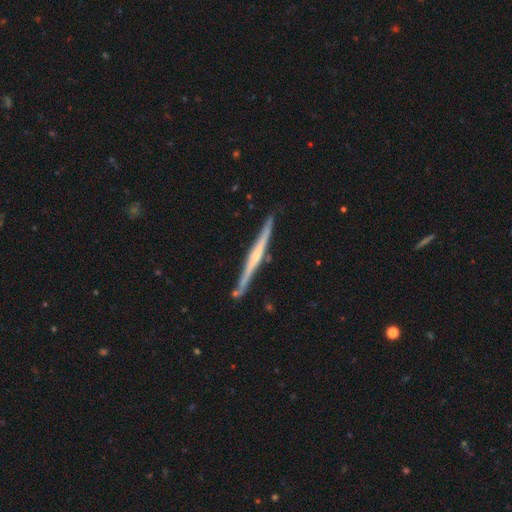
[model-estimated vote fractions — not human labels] Smooth or featured?
  - featured or disk: 77% *
  - smooth: 18%
  - star or artifact: 5%
Edge-on disk?
  - yes: 98% *
  - no: 2%
Edge-on bulge?
  - rounded: 48% *
  - none: 41%
  - boxy: 11%
Merging?
  - none: 87% *
  - minor disturbance: 9%
  - merger: 2%
  - major disturbance: 2%